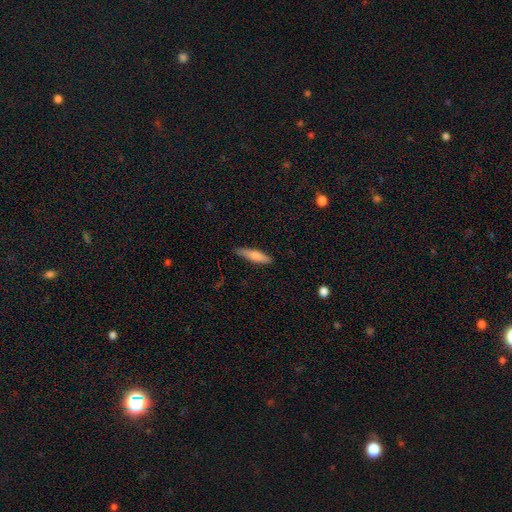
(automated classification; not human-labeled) The model was most divided on "smooth or featured": smooth: 70%, featured or disk: 24%, star or artifact: 6%. More confident: merging — none (83%); how rounded — cigar-shaped (78%).